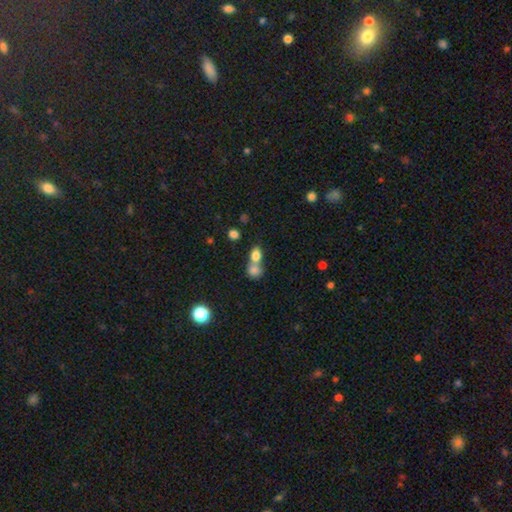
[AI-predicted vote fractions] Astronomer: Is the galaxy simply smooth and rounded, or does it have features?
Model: smooth — 79%.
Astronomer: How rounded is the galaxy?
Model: in between — 54% (runner-up: round, 44%).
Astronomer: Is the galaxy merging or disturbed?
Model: merger — 59%.